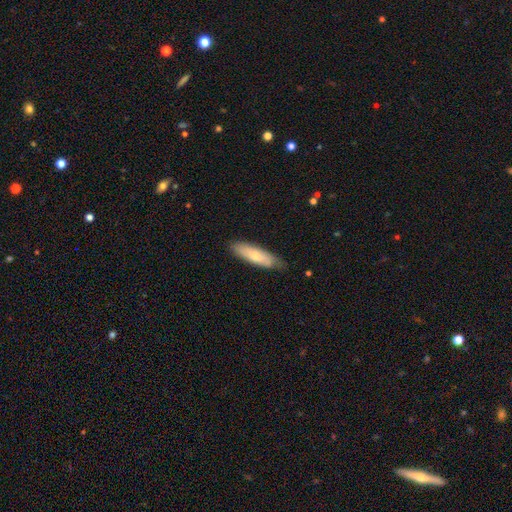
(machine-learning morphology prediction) A smooth galaxy with no disk features (67%) that is cigar-shaped (57%). Merging: none (79%).